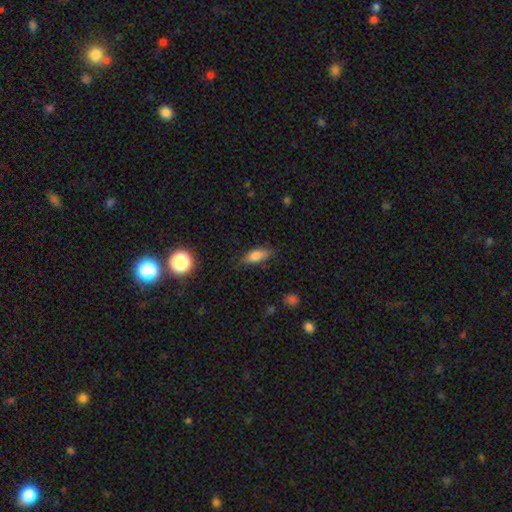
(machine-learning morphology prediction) Smooth or featured: smooth — 77% (featured or disk — 14%)
How rounded: in between — 71% (cigar-shaped — 25%)
Merging: none — 81% (minor disturbance — 15%)